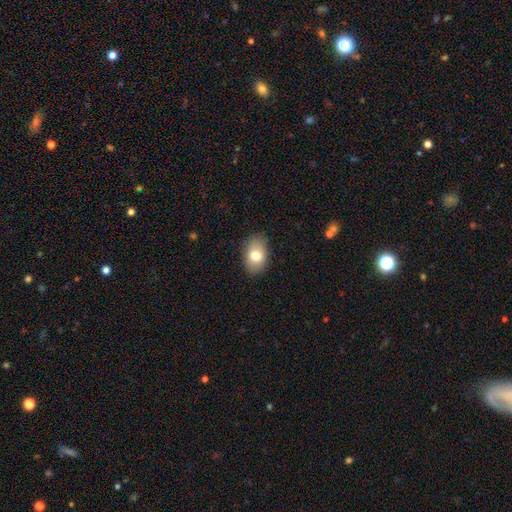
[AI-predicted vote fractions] smooth-or-featured: smooth: 78% | featured or disk: 14% | star or artifact: 8%
  how-rounded: in between: 85% | round: 14% | cigar-shaped: 1%
  merging: none: 84% | minor disturbance: 13% | major disturbance: 3% | merger: 1%